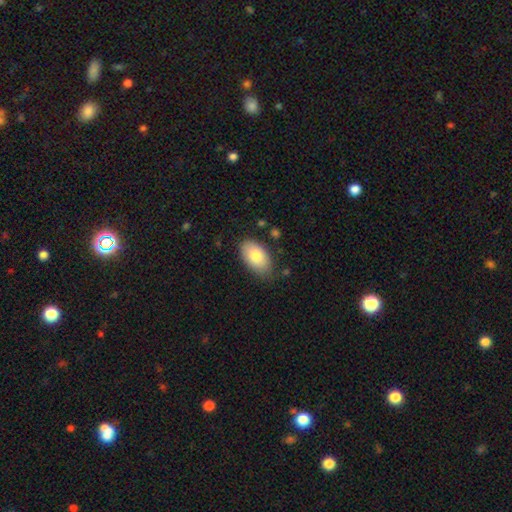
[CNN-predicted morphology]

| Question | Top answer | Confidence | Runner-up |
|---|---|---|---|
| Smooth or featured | smooth | 82% | featured or disk (12%) |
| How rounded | in between | 94% | round (4%) |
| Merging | none | 75% | minor disturbance (20%) |